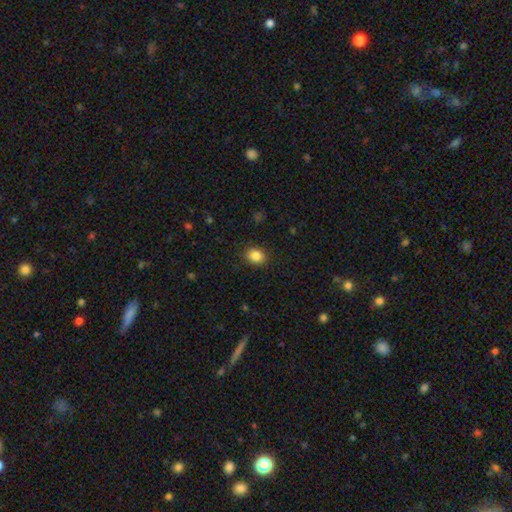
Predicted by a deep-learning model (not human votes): This is clearly a smooth galaxy (85%). How rounded: possibly round (50%). Merging: clearly none (89%).